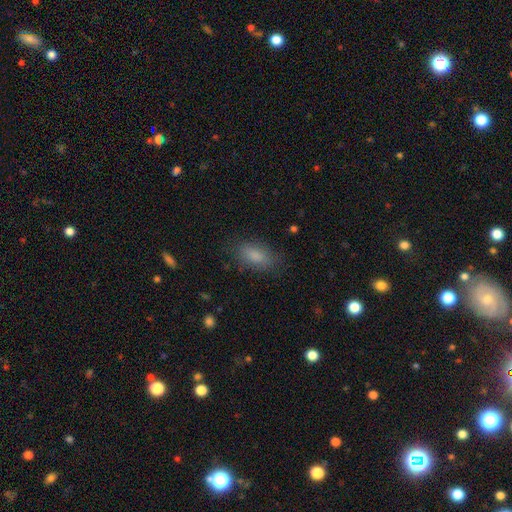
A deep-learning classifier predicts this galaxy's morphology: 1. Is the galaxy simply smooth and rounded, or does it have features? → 82% smooth, 10% star or artifact, 8% featured or disk.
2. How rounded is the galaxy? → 87% in between, 8% cigar-shaped, 5% round.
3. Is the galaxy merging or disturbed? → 82% none, 13% minor disturbance, 4% major disturbance, 1% merger.